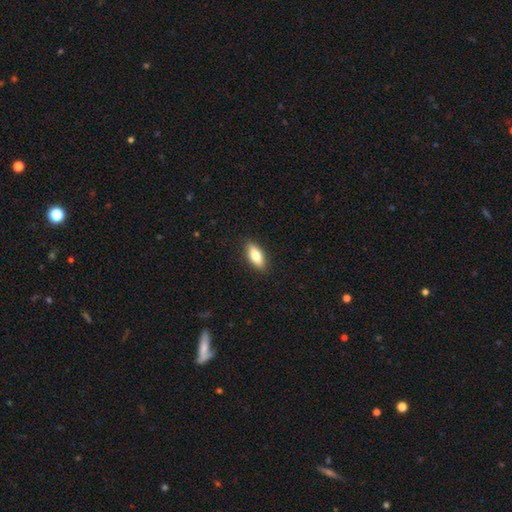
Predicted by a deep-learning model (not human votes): A smooth galaxy with no disk features (79%) that is in between round and cigar-shaped (77%). Merging: none (88%).